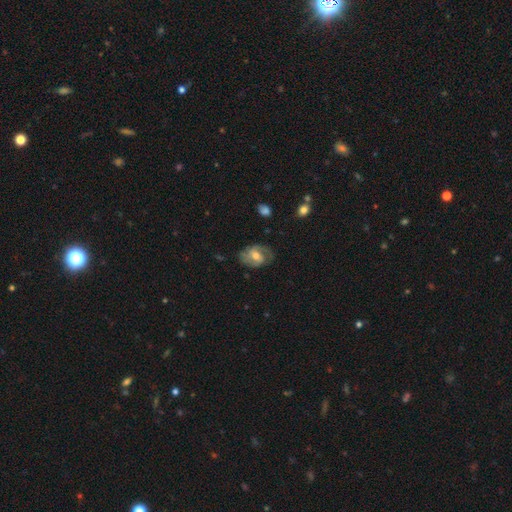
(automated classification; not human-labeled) This appears to be a featured or disk galaxy (65%) with no bar (44%), 2 (66%) medium (43%) spiral arms (83%) and a moderate central bulge (70%). Merging: none (67%).